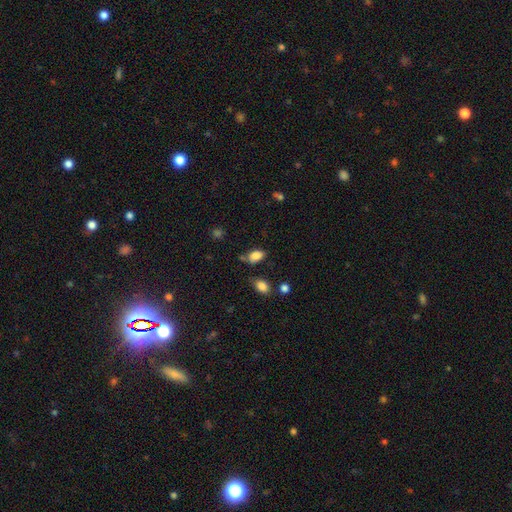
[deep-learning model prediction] This is clearly a smooth galaxy (83%). How rounded: clearly in between (90%). Merging: likely none (65%).